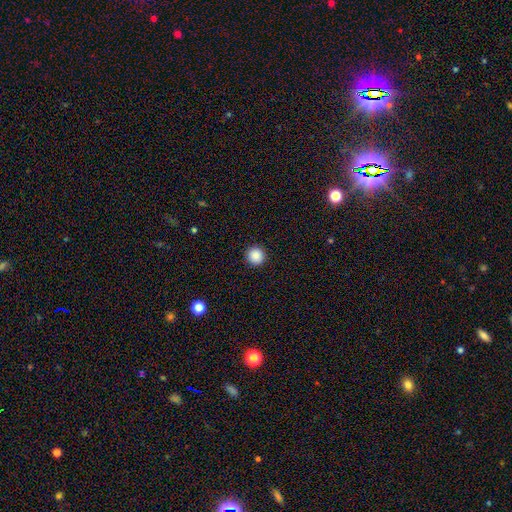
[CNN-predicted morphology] Smooth or featured? smooth (88%)
How rounded? round (96%)
Merging? none (93%)